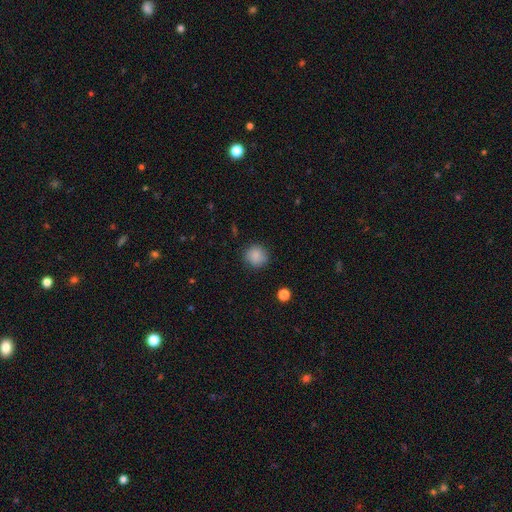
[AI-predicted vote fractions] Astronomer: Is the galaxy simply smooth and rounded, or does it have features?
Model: smooth — 86%.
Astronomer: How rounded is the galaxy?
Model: round — 90%.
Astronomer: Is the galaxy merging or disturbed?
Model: none — 85%.